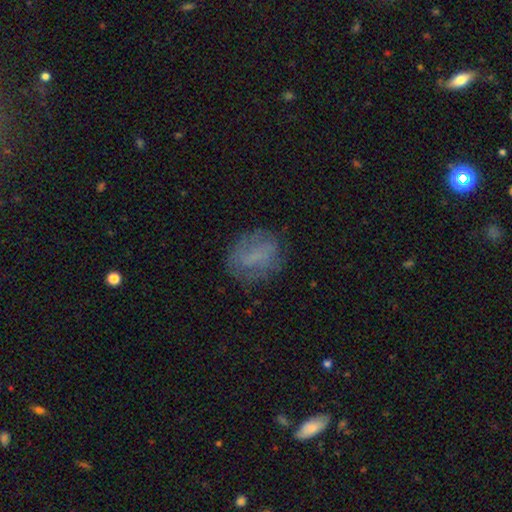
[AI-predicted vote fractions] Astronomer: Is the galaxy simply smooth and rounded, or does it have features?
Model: smooth — 54% (runner-up: featured or disk, 33%).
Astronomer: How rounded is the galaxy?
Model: in between — 53% (runner-up: round, 45%).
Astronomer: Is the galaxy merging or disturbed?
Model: none — 72%.